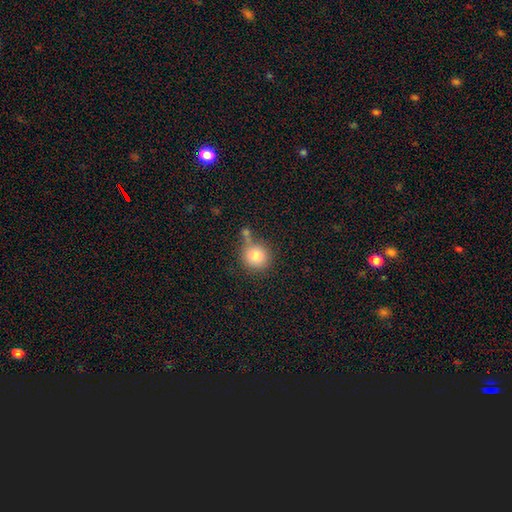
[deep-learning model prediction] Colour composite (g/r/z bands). It shows a smooth galaxy with no disk features (81%) that is round (87%). Merging: none (59%).